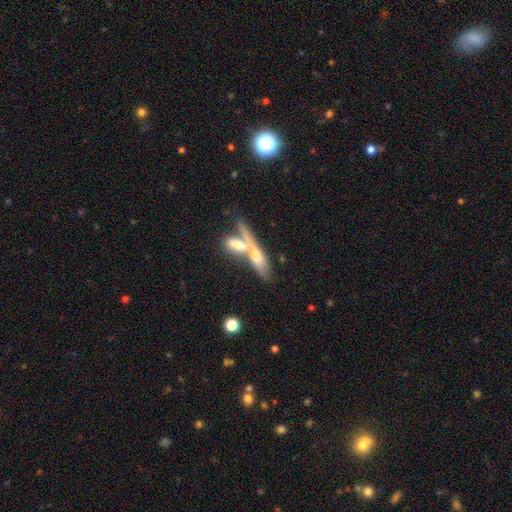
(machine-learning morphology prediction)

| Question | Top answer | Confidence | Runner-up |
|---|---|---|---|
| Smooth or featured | smooth | 62% | featured or disk (32%) |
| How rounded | cigar-shaped | 58% | in between (39%) |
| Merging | merger | 64% | none (22%) |